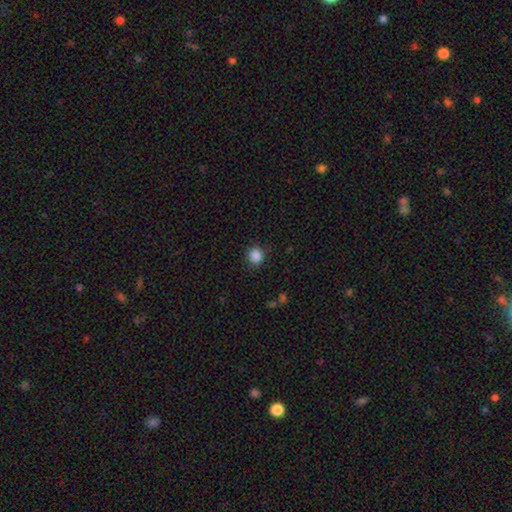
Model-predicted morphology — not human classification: A smooth galaxy with no disk features (86%) that is round (85%).

Vote fractions:
- Smooth or featured? smooth: 86% / star or artifact: 11% / featured or disk: 3%
- How rounded? round: 85% / in between: 14% / cigar-shaped: 1%
- Merging? none: 86% / minor disturbance: 9% / major disturbance: 3% / merger: 1%